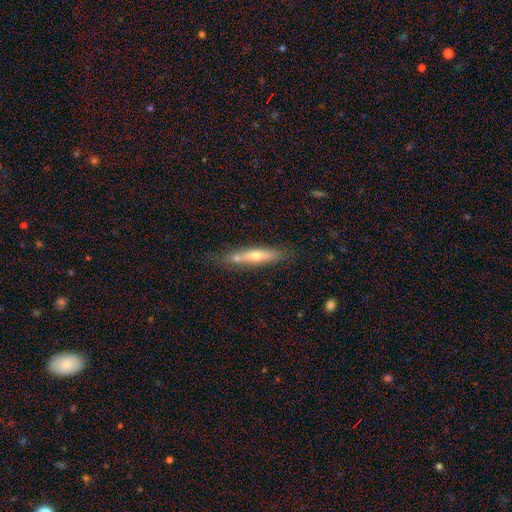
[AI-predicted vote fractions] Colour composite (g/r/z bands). It shows a featured or disk galaxy (48%). Merging: none (66%).